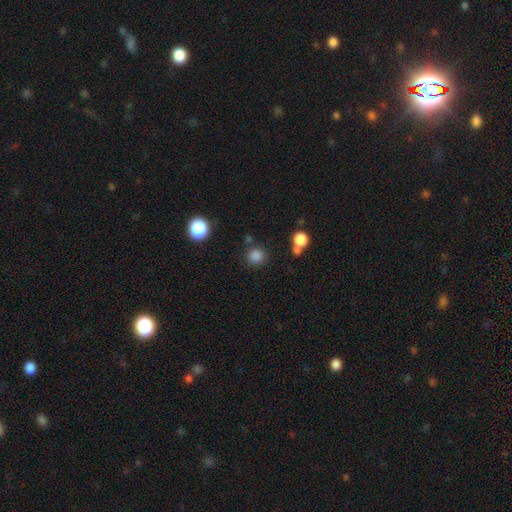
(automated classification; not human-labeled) A smooth galaxy with no disk features (82%) that is round (92%).

Vote fractions:
- Smooth or featured? smooth: 82% / star or artifact: 14% / featured or disk: 4%
- How rounded? round: 92% / in between: 7% / cigar-shaped: 1%
- Merging? none: 79% / minor disturbance: 9% / merger: 8% / major disturbance: 4%